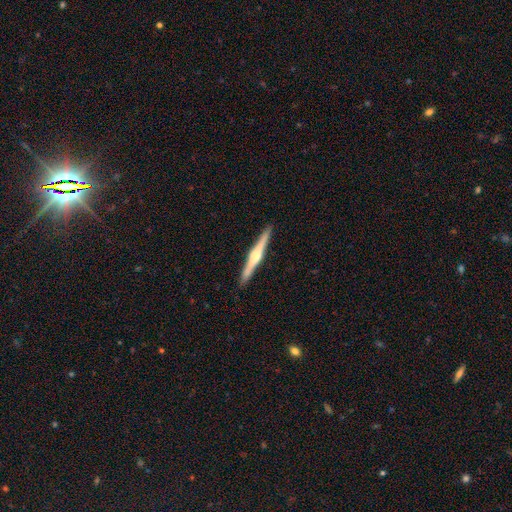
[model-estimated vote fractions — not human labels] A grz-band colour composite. It shows a featured or disk galaxy (74%) viewed edge-on (98%) with a rounded central bulge (85%). Merging: none (92%).